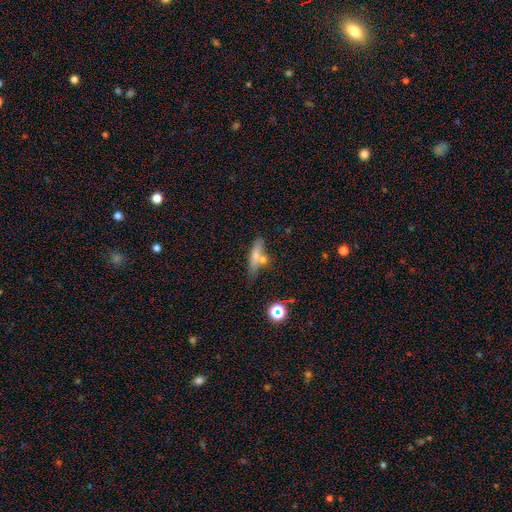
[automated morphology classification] smooth-or-featured: smooth: 63% | featured or disk: 27% | star or artifact: 11%
  how-rounded: cigar-shaped: 69% | in between: 27% | round: 4%
  merging: none: 53% | merger: 24% | minor disturbance: 17% | major disturbance: 6%